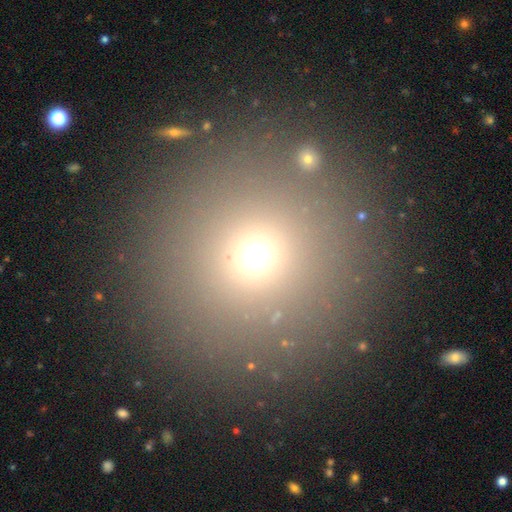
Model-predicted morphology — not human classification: A smooth galaxy with no disk features (66%) that is round (95%). Merging: none (87%).